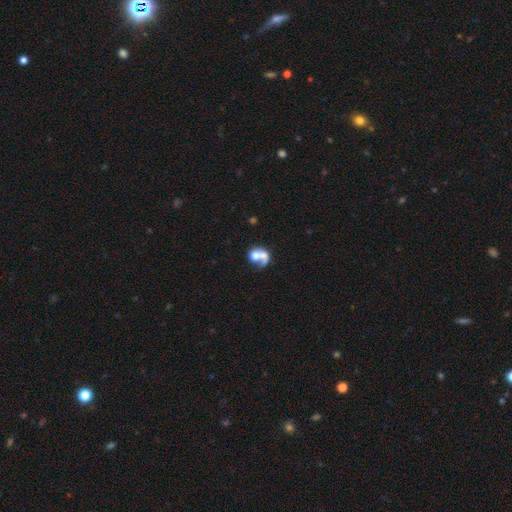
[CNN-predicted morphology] A smooth galaxy with no disk features (49%). Merging: merger (48%).